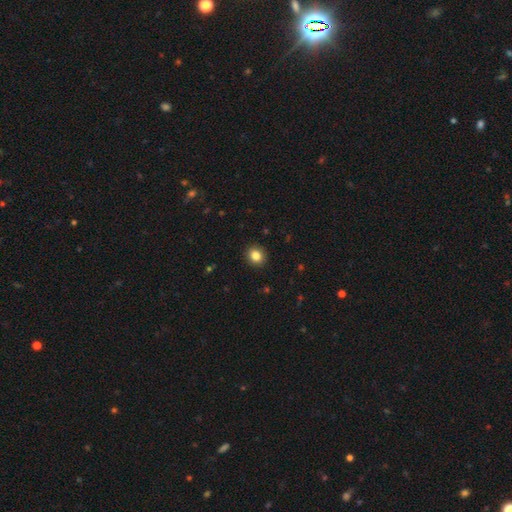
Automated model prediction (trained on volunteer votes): Smooth or featured? Predicted: smooth (p=0.84). How rounded? Predicted: round (p=0.78). Merging? Predicted: none (p=0.92).